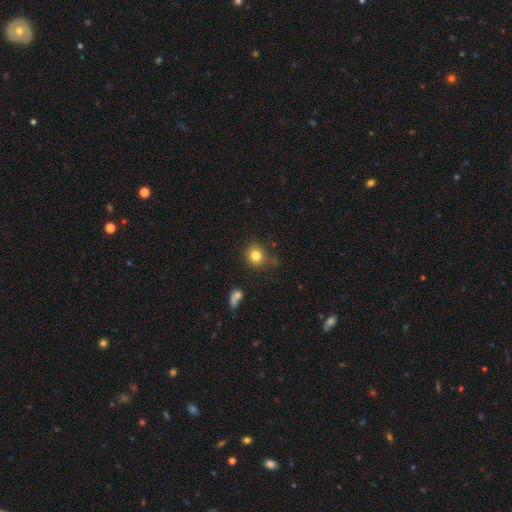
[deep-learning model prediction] A smooth galaxy with no disk features (81%) that is round (76%).

Vote fractions:
- Smooth or featured? smooth: 81% / star or artifact: 12% / featured or disk: 8%
- How rounded? round: 76% / in between: 23% / cigar-shaped: 1%
- Merging? none: 72% / minor disturbance: 18% / major disturbance: 6% / merger: 4%